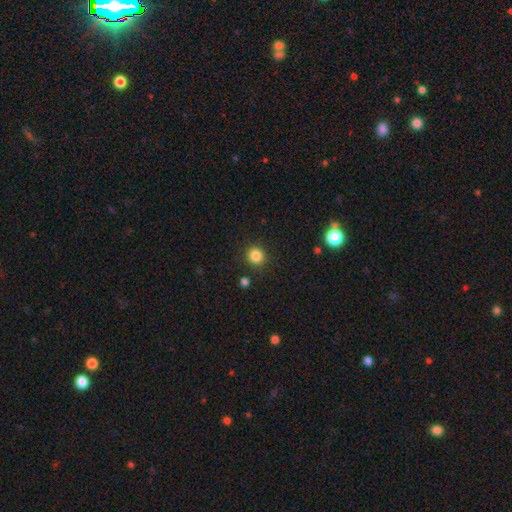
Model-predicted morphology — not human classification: This appears to be a smooth galaxy with no disk features (84%) that is round (90%). Merging: none (89%).